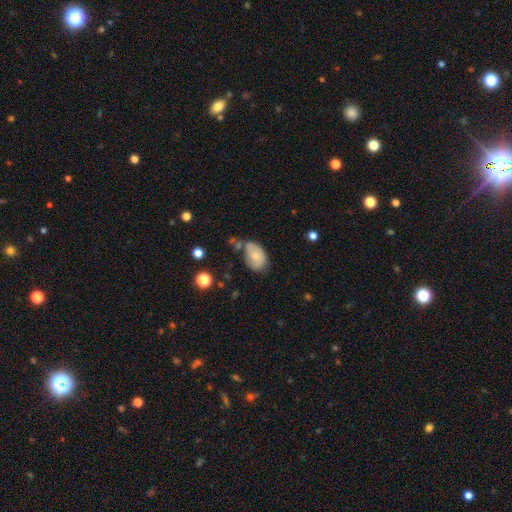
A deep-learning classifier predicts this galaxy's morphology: Smooth or featured? Predicted: smooth (p=0.66). How rounded? Predicted: in between (p=0.88). Merging? Predicted: none (p=0.45).